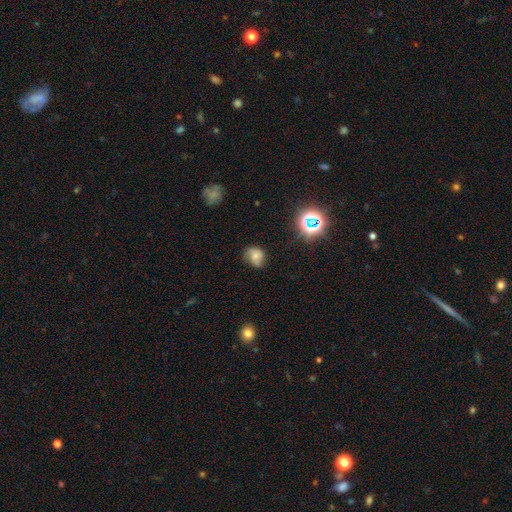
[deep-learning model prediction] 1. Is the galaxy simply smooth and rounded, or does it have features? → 53% smooth, 31% featured or disk, 16% star or artifact.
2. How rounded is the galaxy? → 55% round, 44% in between, 1% cigar-shaped.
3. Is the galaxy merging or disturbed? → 57% none, 30% minor disturbance, 10% major disturbance, 2% merger.